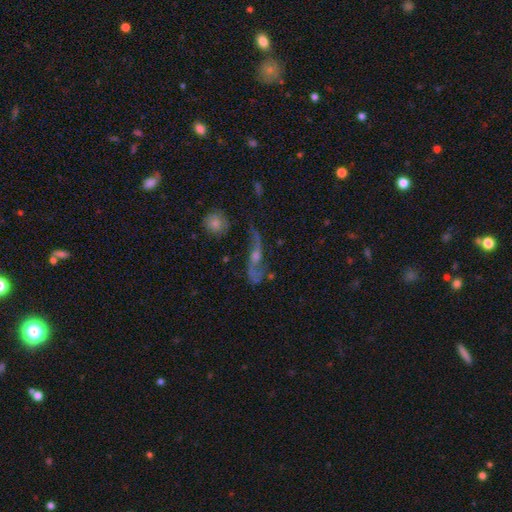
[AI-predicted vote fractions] Morphology: type=featured or disk (46%); merging=none (51%).